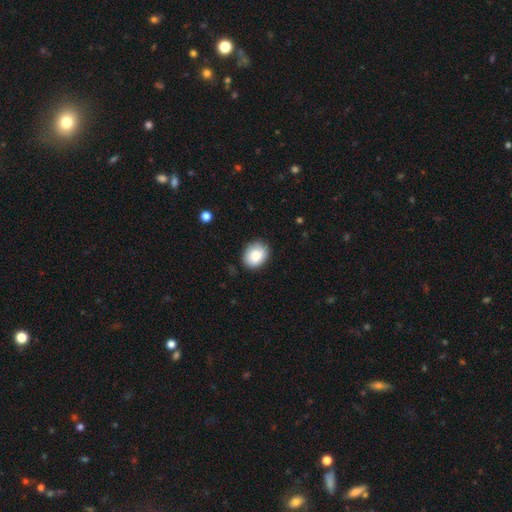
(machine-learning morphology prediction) This is clearly a smooth galaxy (85%). How rounded: possibly in between (58%). Merging: clearly none (81%).